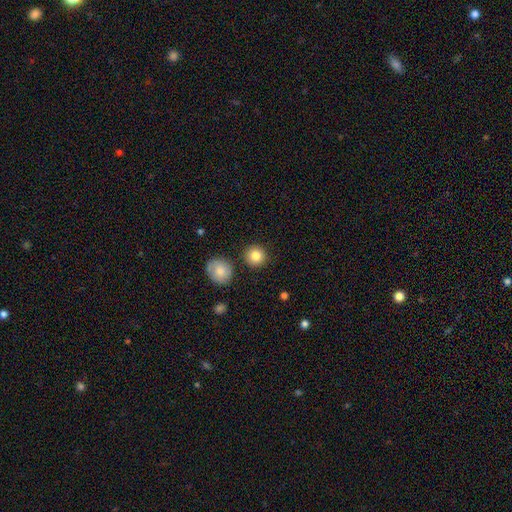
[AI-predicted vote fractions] The model was most divided on "smooth or featured": smooth: 84%, star or artifact: 9%, featured or disk: 7%. More confident: how rounded — round (94%); merging — none (88%).